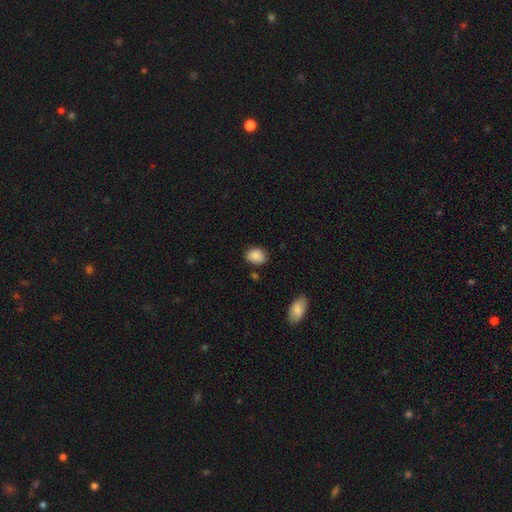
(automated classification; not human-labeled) The model was most divided on "how rounded": in between: 58%, round: 41%, cigar-shaped: 1%. More confident: smooth or featured — smooth (87%); merging — none (74%).